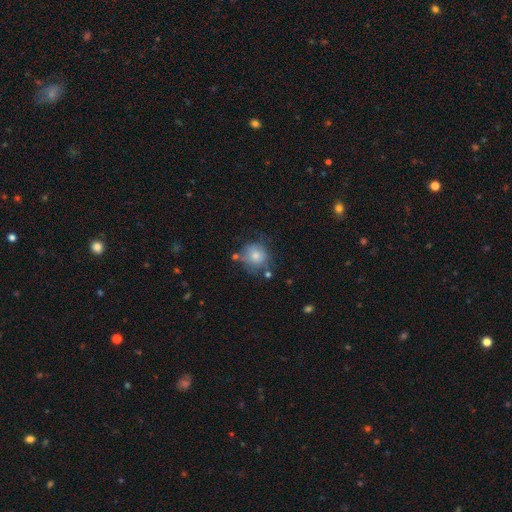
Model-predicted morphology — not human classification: A smooth galaxy with no disk features (75%) that is round (87%). Merging: none (59%).